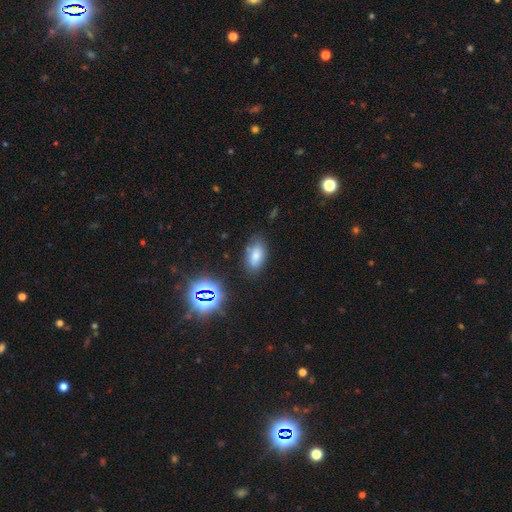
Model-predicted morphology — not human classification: This appears to be a smooth galaxy with no disk features (72%) that is in between round and cigar-shaped (91%). Merging: none (75%).